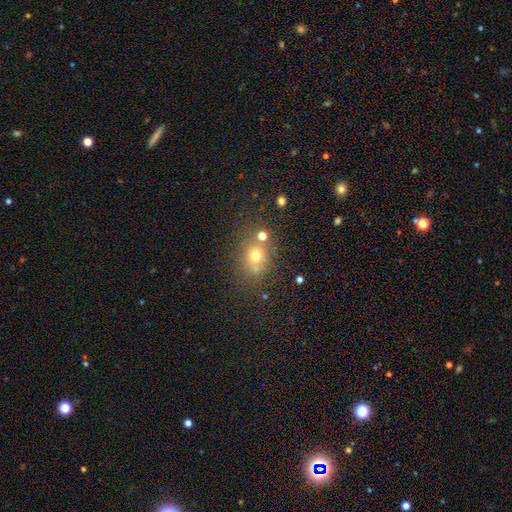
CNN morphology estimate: smooth_or_featured: smooth (p=0.66) [alt: star or artifact p=0.19]
how_rounded: round (p=0.62) [alt: in between p=0.36]
merging: none (p=0.62) [alt: merger p=0.18]